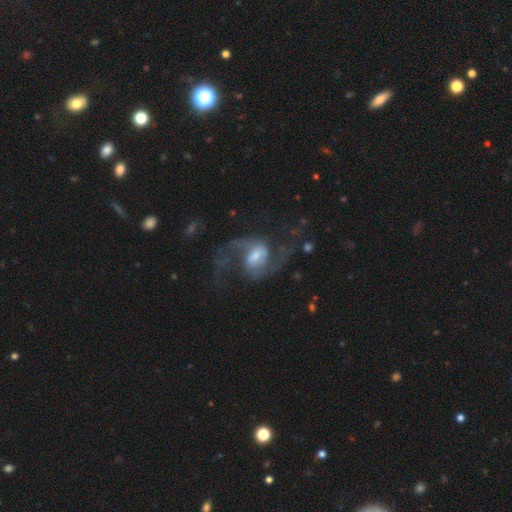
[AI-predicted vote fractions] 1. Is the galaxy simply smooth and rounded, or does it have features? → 89% featured or disk, 6% star or artifact, 5% smooth.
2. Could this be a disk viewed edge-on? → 98% no, 2% yes.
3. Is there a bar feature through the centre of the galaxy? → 54% weak, 25% strong, 21% no.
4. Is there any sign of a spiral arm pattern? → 97% yes, 3% no.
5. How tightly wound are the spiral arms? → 54% loose, 40% medium, 6% tight.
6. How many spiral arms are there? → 93% 2, 2% can't tell, 2% 1, 2% 3, 1% 4, 1% more than 4.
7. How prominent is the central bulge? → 44% moderate, 34% small, 14% large, 6% none, 2% dominant.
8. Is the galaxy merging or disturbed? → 66% none, 17% major disturbance, 14% minor disturbance, 3% merger.